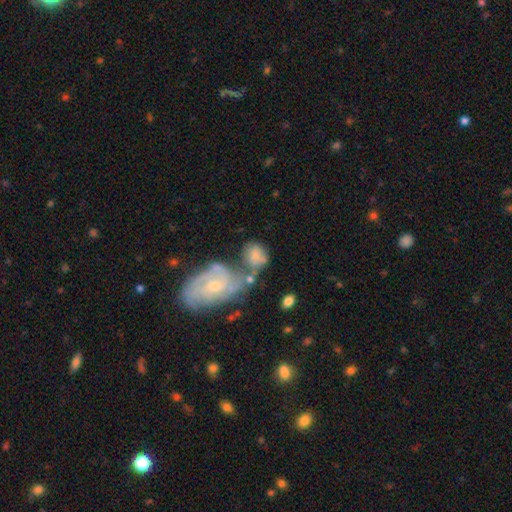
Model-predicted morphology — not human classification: Q: Smooth or featured?
A: smooth (53%); runner-up: featured or disk (38%)
Q: How rounded?
A: in between (56%); runner-up: round (42%)
Q: Merging?
A: merger (42%); runner-up: none (28%)